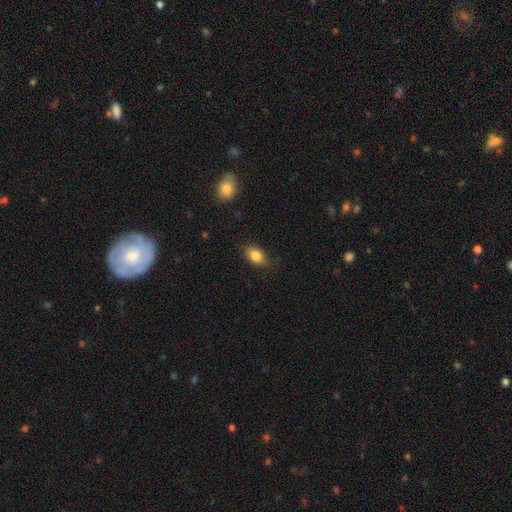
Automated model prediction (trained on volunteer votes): smooth_or_featured: smooth (p=0.84) [alt: star or artifact p=0.08]
how_rounded: in between (p=0.85) [alt: round p=0.12]
merging: none (p=0.80) [alt: minor disturbance p=0.15]